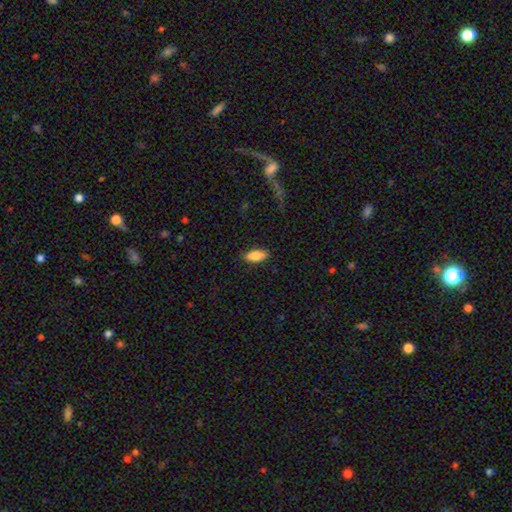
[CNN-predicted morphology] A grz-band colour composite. It shows a smooth galaxy with no disk features (86%) that is in between round and cigar-shaped (81%). Merging: none (87%).